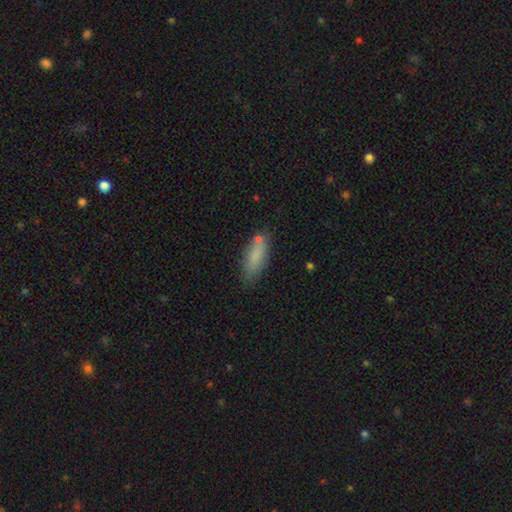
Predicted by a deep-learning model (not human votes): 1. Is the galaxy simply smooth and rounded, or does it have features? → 82% smooth, 10% featured or disk, 8% star or artifact.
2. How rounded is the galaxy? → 61% in between, 37% cigar-shaped, 2% round.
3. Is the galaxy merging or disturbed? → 71% none, 19% minor disturbance, 6% merger, 5% major disturbance.